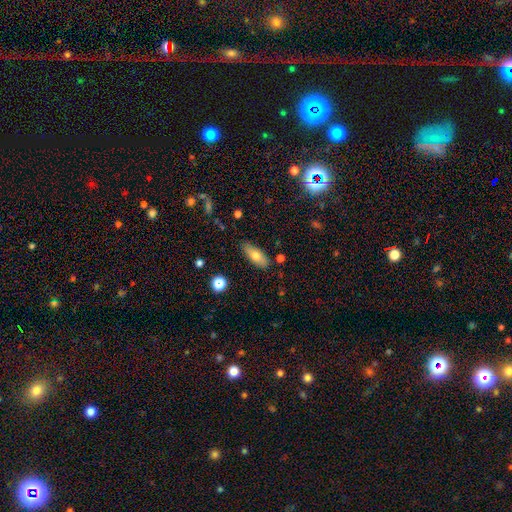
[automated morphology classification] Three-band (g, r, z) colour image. It shows a smooth galaxy with no disk features (70%) that is in between round and cigar-shaped (75%). Merging: none (83%).